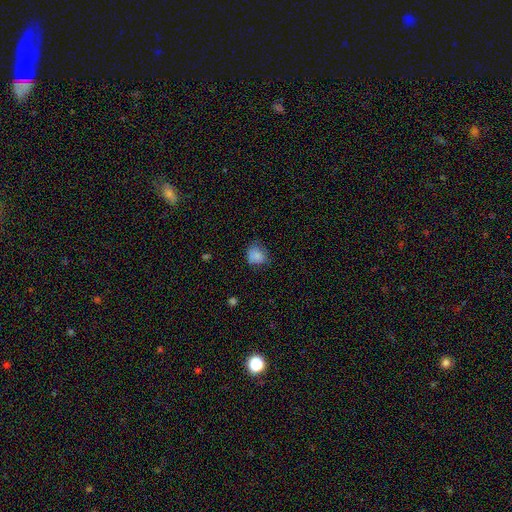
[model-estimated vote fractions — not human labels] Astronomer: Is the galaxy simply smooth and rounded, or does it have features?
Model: smooth — 82%.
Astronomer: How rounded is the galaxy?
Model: round — 62%.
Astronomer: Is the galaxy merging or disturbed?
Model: none — 61%.